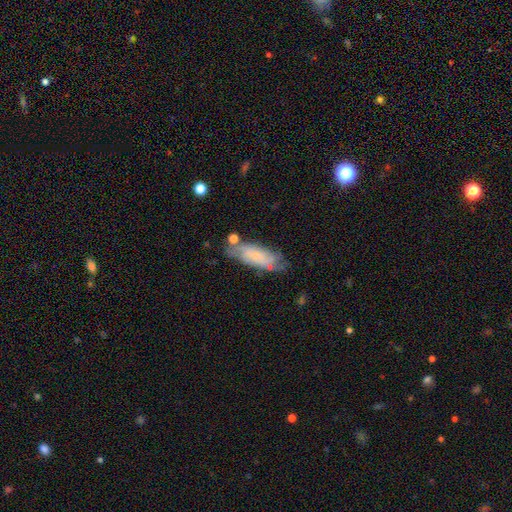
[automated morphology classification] type=smooth (48%); merging=none (59%).